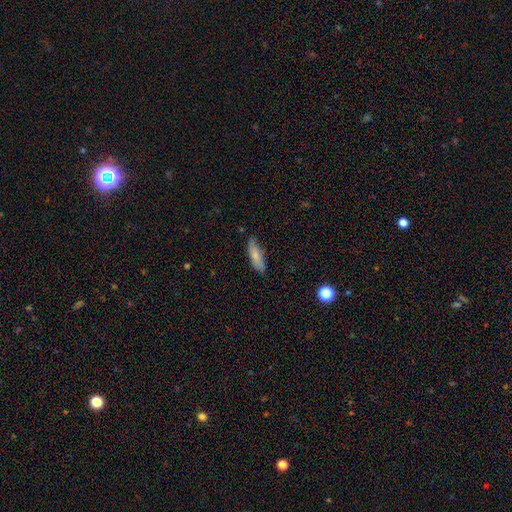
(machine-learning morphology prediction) Q: Smooth or featured?
A: smooth (75%); runner-up: featured or disk (19%)
Q: How rounded?
A: cigar-shaped (55%); runner-up: in between (43%)
Q: Merging?
A: none (76%); runner-up: minor disturbance (19%)